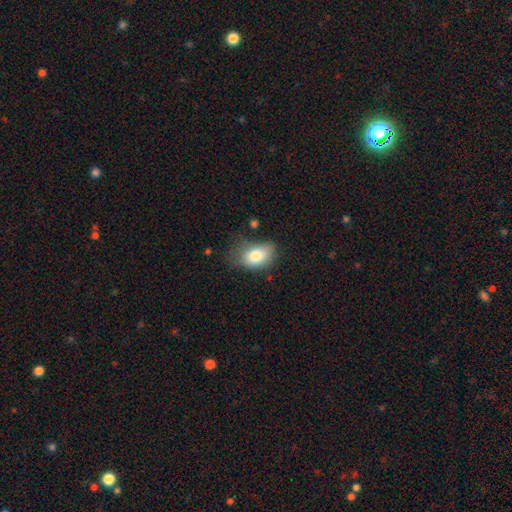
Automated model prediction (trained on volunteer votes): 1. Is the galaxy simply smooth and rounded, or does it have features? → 81% smooth, 11% featured or disk, 8% star or artifact.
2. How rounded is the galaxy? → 87% in between, 12% round, 1% cigar-shaped.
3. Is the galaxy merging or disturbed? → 46% none, 36% minor disturbance, 15% major disturbance, 3% merger.